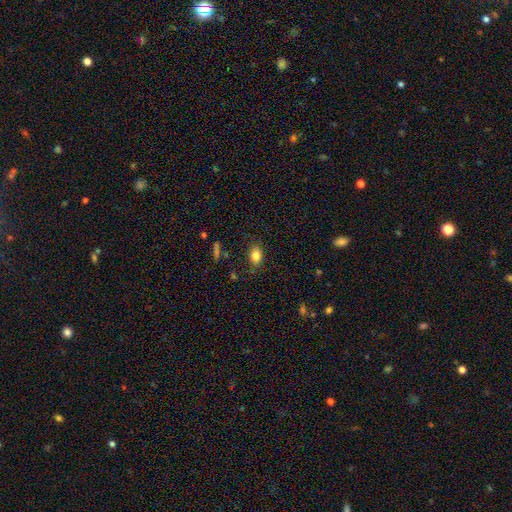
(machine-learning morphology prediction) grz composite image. It shows a smooth galaxy with no disk features (83%) that is in between round and cigar-shaped (73%). Merging: none (81%).